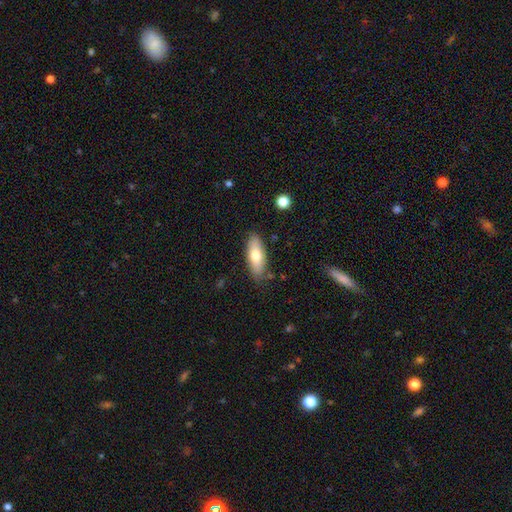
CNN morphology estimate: This appears to be a smooth galaxy with no disk features (71%) that is in between round and cigar-shaped (74%). Merging: none (83%).